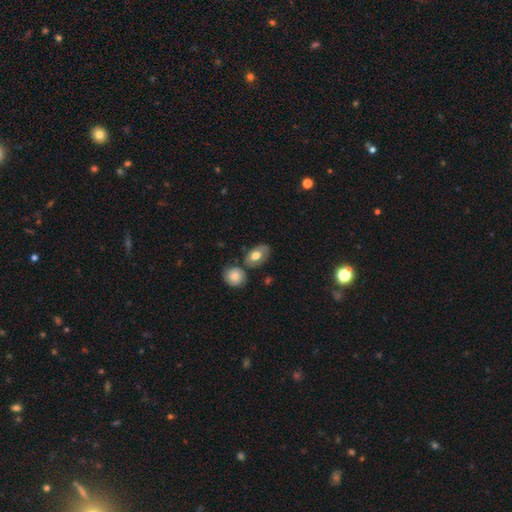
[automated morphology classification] type=smooth (65%); roundness=in between (86%); merging=none (62%).